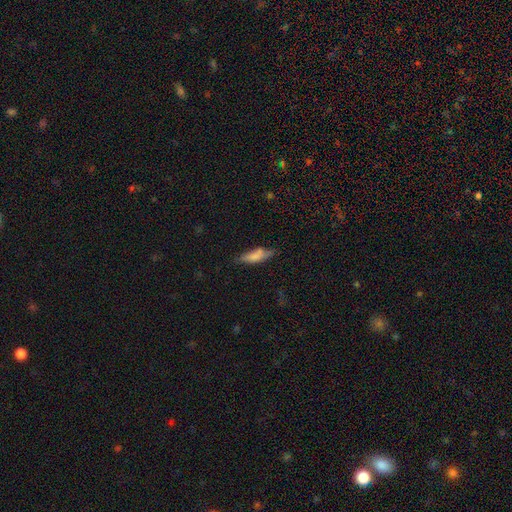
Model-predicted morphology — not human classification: Smooth or featured?
  - smooth: 73% *
  - featured or disk: 19%
  - star or artifact: 8%
How rounded?
  - cigar-shaped: 50% *
  - in between: 48%
  - round: 2%
Merging?
  - none: 58% *
  - minor disturbance: 28%
  - major disturbance: 8%
  - merger: 5%